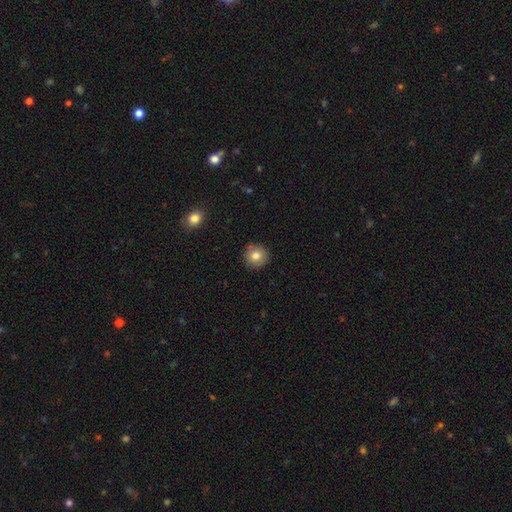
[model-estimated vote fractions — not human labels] Q: Smooth or featured?
A: smooth (80%); runner-up: star or artifact (10%)
Q: How rounded?
A: round (94%); runner-up: in between (5%)
Q: Merging?
A: none (88%); runner-up: minor disturbance (8%)